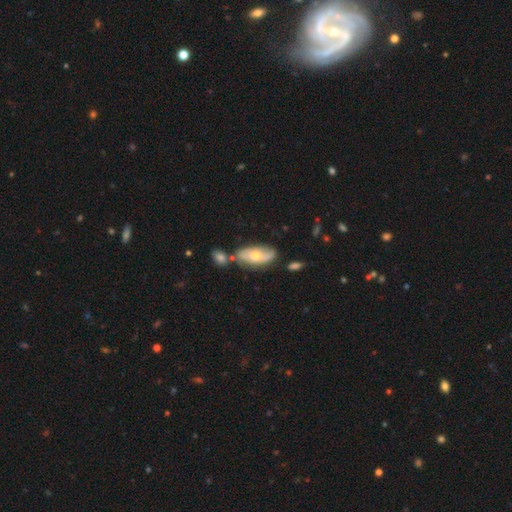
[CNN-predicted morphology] type=smooth (50%); merging=none (59%).